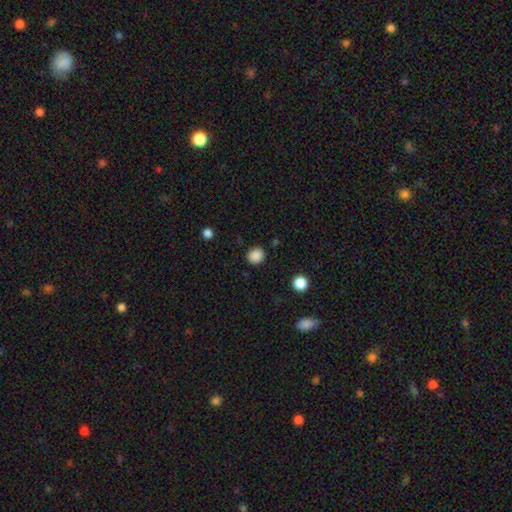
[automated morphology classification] A smooth galaxy with no disk features (87%) that is round (81%). Merging: none (88%).